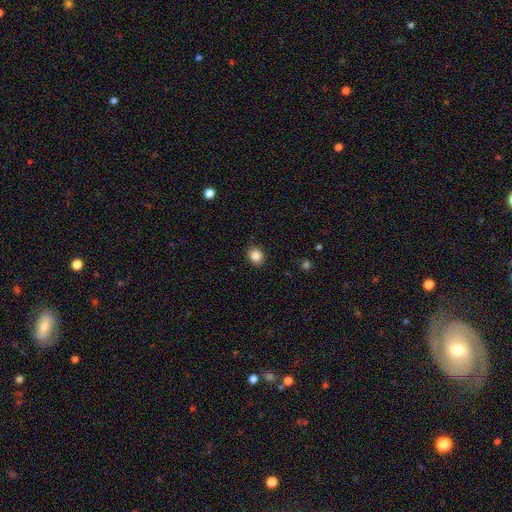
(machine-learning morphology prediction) smooth-or-featured: smooth: 85% | star or artifact: 10% | featured or disk: 5%
  how-rounded: round: 64% | in between: 35% | cigar-shaped: 1%
  merging: none: 89% | minor disturbance: 8% | major disturbance: 2% | merger: 1%